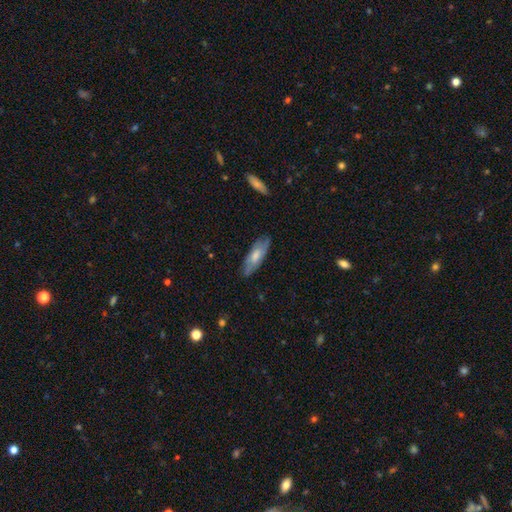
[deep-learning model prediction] Q: Smooth or featured?
A: smooth (61%); runner-up: featured or disk (33%)
Q: How rounded?
A: in between (64%); runner-up: cigar-shaped (34%)
Q: Merging?
A: none (80%); runner-up: minor disturbance (16%)